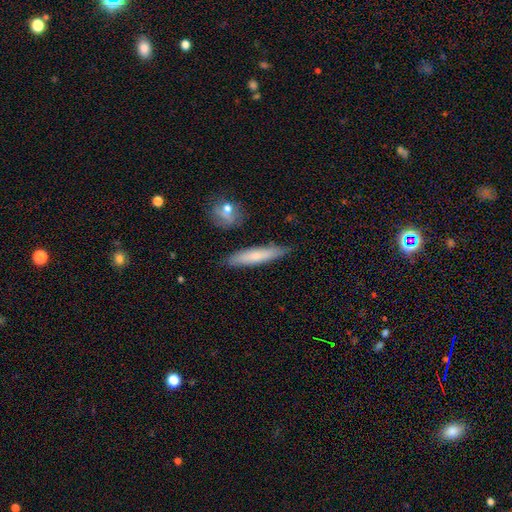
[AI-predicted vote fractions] smooth-or-featured: smooth: 66% | featured or disk: 27% | star or artifact: 7%
  how-rounded: cigar-shaped: 86% | in between: 12% | round: 2%
  merging: none: 83% | minor disturbance: 12% | merger: 3% | major disturbance: 2%